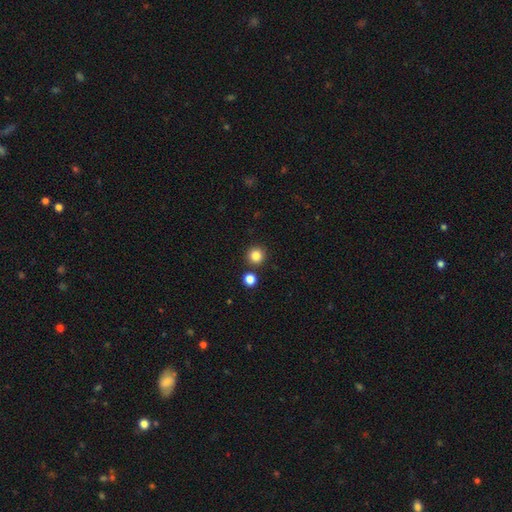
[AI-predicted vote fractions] This is clearly a smooth galaxy (85%). How rounded: clearly round (95%). Merging: clearly none (84%).